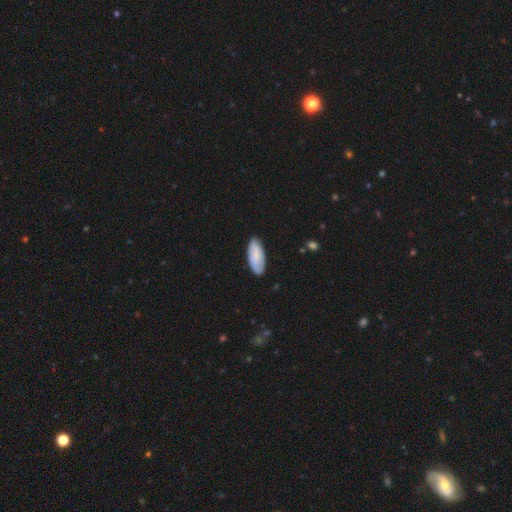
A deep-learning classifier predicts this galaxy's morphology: Smooth or featured?
  - smooth: 65% *
  - featured or disk: 29%
  - star or artifact: 6%
How rounded?
  - in between: 85% *
  - cigar-shaped: 14%
  - round: 2%
Merging?
  - none: 82% *
  - minor disturbance: 15%
  - major disturbance: 2%
  - merger: 1%